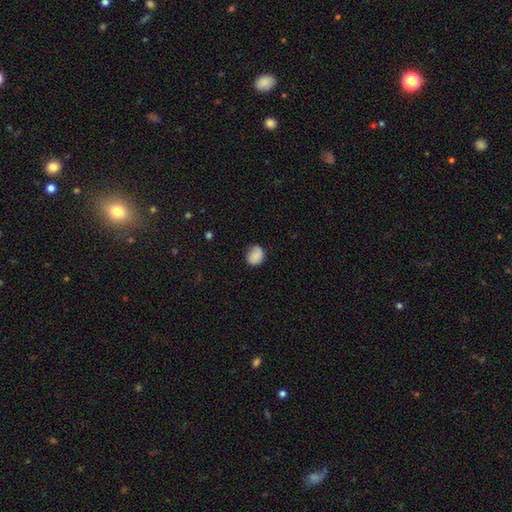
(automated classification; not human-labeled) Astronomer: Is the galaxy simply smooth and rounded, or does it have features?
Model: smooth — 86%.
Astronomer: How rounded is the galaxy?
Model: round — 66%.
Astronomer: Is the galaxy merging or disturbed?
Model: none — 75%.